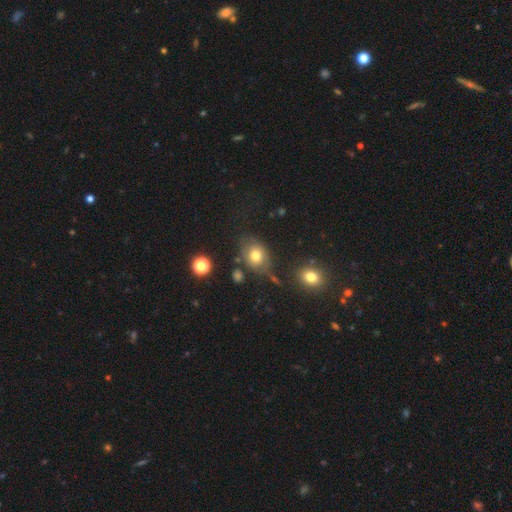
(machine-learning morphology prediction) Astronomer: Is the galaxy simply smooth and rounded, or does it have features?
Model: smooth — 73%.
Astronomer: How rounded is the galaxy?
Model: in between — 52% (runner-up: round, 47%).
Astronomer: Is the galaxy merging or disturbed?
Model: none — 65%.